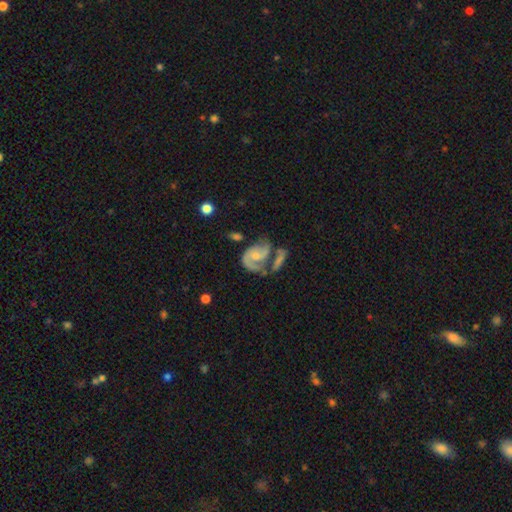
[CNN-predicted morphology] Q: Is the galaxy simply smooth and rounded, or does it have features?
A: featured or disk — 76%.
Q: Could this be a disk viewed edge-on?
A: no — 97%.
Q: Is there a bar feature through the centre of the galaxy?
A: no — 65%.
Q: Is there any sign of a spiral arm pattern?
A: yes — 90%.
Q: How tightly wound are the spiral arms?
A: medium — 46%.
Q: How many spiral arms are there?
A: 2 — 62%.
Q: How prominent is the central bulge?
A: small — 49%.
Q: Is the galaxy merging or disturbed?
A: none — 30%.